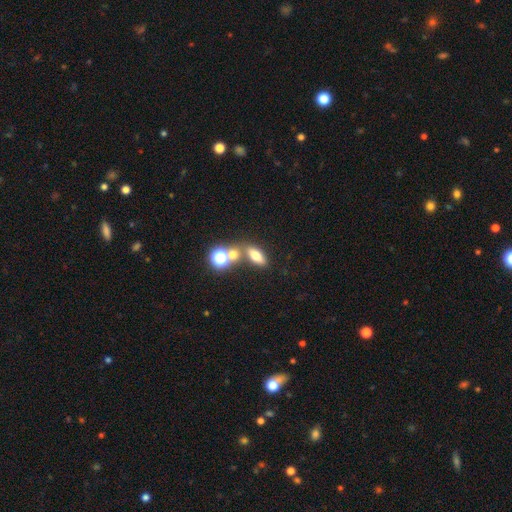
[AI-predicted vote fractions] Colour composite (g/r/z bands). It shows a smooth galaxy with no disk features (68%) that is in between round and cigar-shaped (63%). Merging: none (59%).